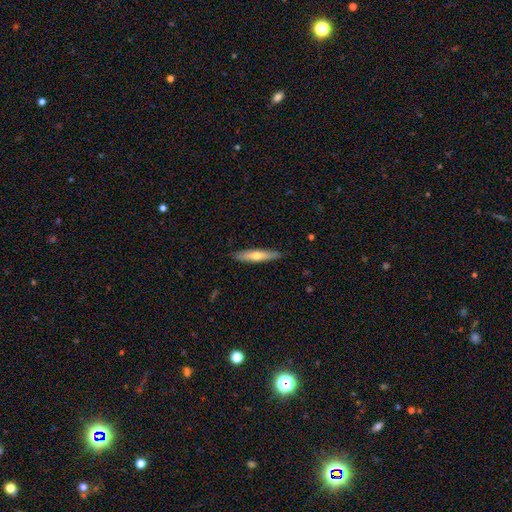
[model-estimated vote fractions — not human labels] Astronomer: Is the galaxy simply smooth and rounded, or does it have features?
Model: smooth — 53% (runner-up: featured or disk, 41%).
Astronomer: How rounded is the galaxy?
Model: cigar-shaped — 86%.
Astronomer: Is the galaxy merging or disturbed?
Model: none — 88%.